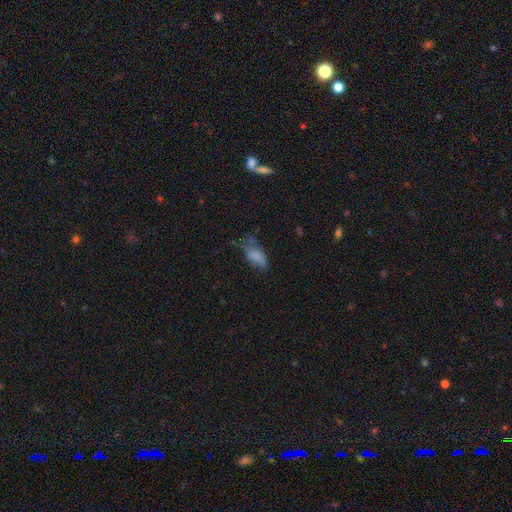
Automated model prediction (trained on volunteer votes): The model was most divided on "merging": none: 37%, minor disturbance: 36%, major disturbance: 23%, merger: 4%. More confident: how rounded — in between (90%); smooth or featured — smooth (75%).